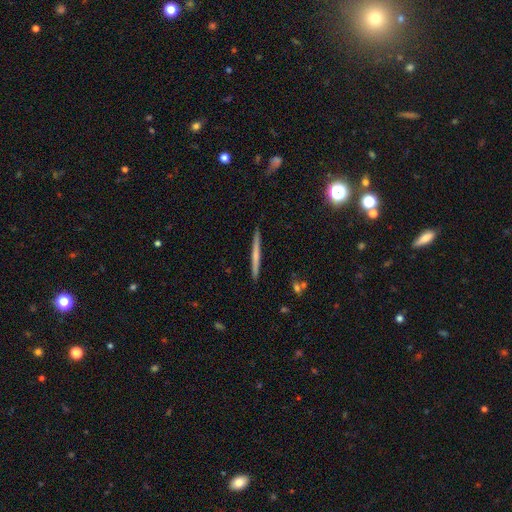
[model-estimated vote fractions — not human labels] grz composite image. It shows a featured or disk galaxy (47%). Merging: none (91%).